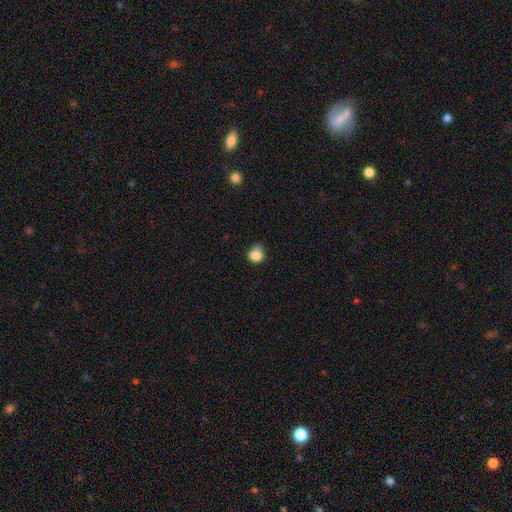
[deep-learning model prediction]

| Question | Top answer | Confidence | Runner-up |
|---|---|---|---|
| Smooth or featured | smooth | 84% | star or artifact (10%) |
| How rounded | round | 78% | in between (21%) |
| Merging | none | 61% | minor disturbance (31%) |